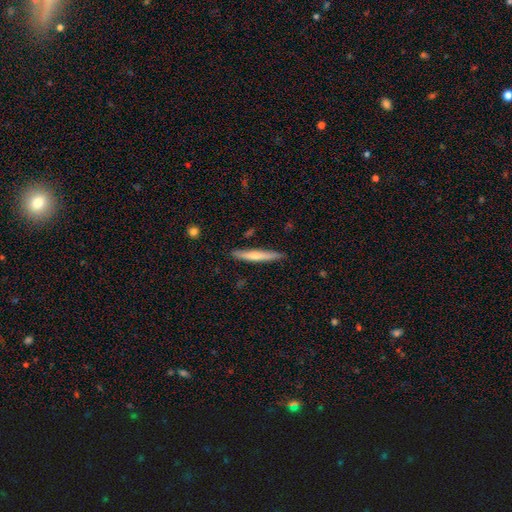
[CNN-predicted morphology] The model was most divided on "smooth or featured": smooth: 55%, featured or disk: 39%, star or artifact: 6%. More confident: how rounded — cigar-shaped (95%); merging — none (87%).